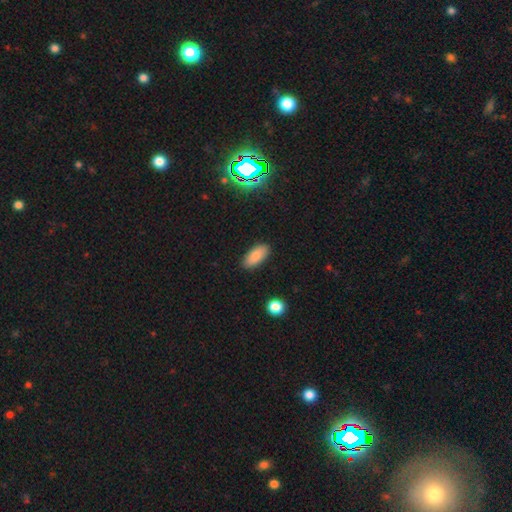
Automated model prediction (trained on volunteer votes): Smooth or featured? smooth (84%)
How rounded? in between (87%)
Merging? none (88%)